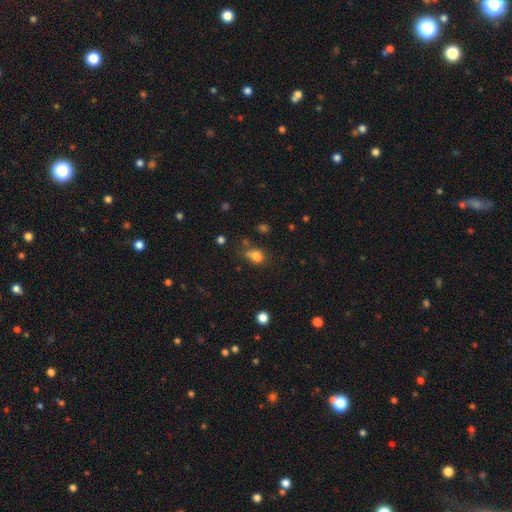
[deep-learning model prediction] This is likely a smooth galaxy (78%). How rounded: possibly in between (58%). Merging: possibly none (48%).